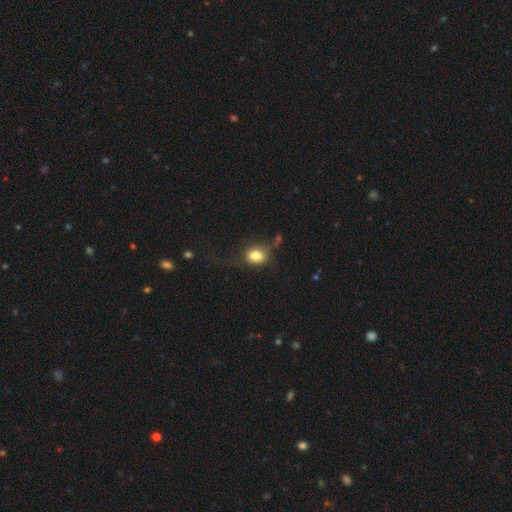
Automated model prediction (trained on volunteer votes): smooth 80%, featured or disk 10%, star or artifact 9%. Down the decision tree: how rounded — in between (63%); merging — none (52%).